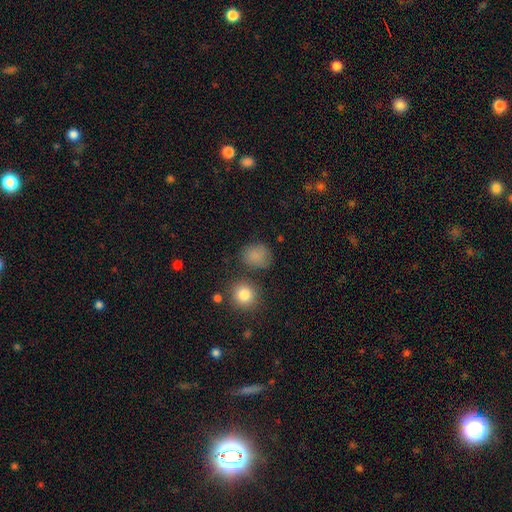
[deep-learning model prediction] Overall: smooth (82%). How rounded: round (63%; in between 36%). Merging: none (67%).